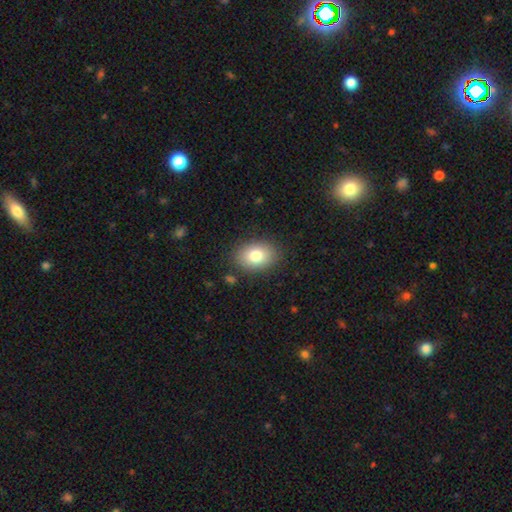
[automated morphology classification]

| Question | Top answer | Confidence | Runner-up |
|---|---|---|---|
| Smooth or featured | smooth | 81% | featured or disk (11%) |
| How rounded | in between | 75% | round (25%) |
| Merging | none | 85% | minor disturbance (10%) |